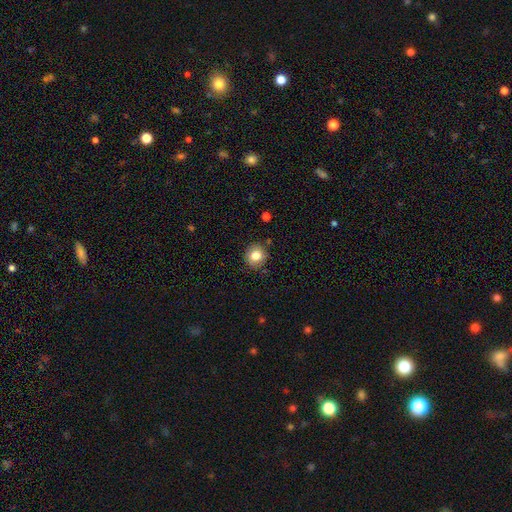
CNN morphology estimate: This appears to be a smooth galaxy with no disk features (81%) that is round (85%). Merging: none (87%).